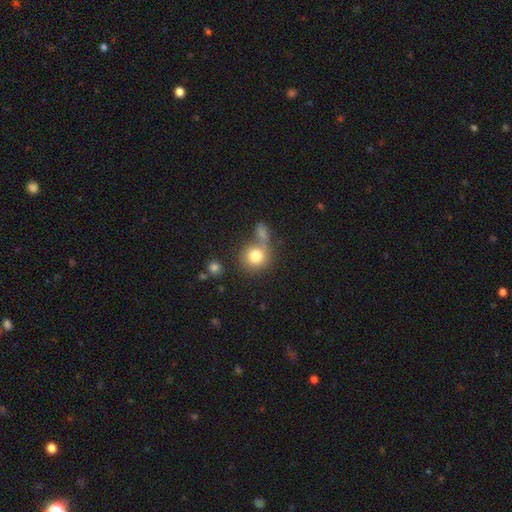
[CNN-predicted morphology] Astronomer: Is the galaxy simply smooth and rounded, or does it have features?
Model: smooth — 79%.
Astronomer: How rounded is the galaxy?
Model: round — 86%.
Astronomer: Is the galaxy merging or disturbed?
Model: none — 48% (runner-up: merger, 31%).